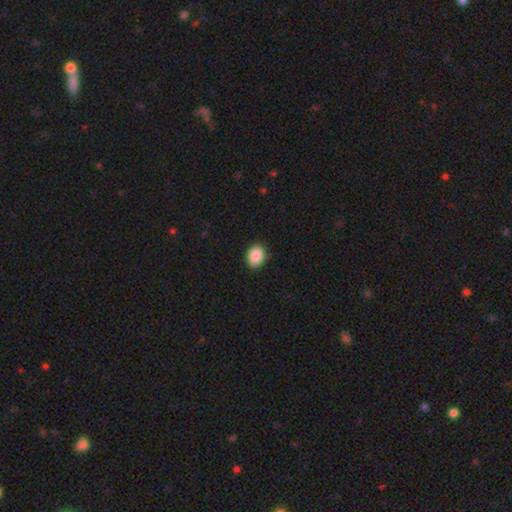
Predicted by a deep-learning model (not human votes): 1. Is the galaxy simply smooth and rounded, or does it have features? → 89% smooth, 8% star or artifact, 3% featured or disk.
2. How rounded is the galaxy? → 58% in between, 42% round, 1% cigar-shaped.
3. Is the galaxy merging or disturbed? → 89% none, 8% minor disturbance, 2% major disturbance, 1% merger.